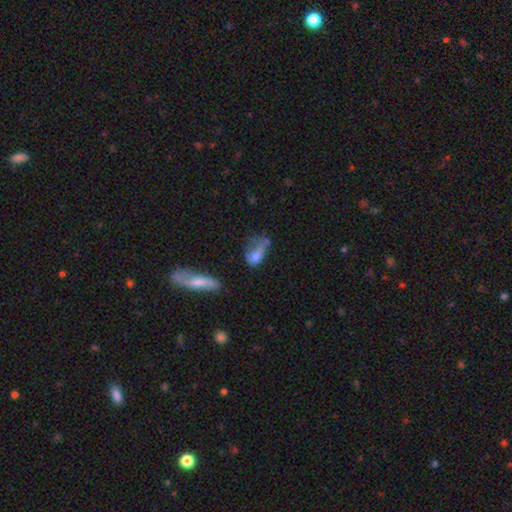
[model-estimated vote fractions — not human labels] Smooth or featured?
  - smooth: 63% *
  - featured or disk: 26%
  - star or artifact: 11%
How rounded?
  - in between: 74% *
  - cigar-shaped: 19%
  - round: 8%
Merging?
  - major disturbance: 36% *
  - minor disturbance: 25%
  - none: 23%
  - merger: 16%